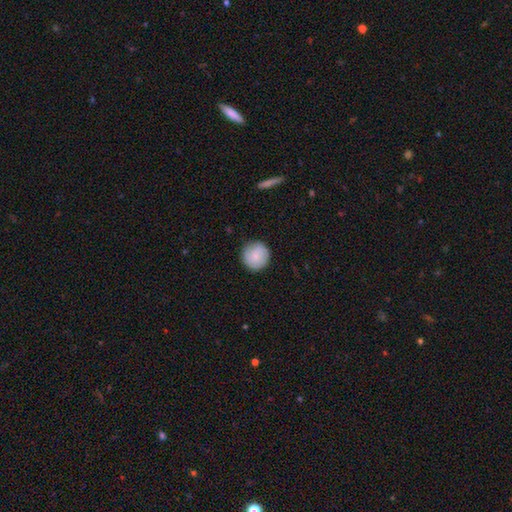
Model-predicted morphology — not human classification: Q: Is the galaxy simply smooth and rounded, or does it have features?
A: smooth — 74%.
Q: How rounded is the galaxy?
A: round — 94%.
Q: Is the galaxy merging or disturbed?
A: none — 86%.